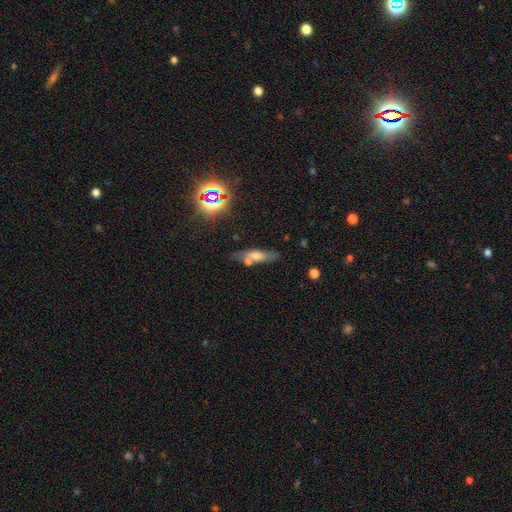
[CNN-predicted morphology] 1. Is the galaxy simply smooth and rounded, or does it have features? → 55% smooth, 31% featured or disk, 14% star or artifact.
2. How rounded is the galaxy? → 54% cigar-shaped, 42% in between, 4% round.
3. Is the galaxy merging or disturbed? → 61% none, 18% merger, 16% minor disturbance, 5% major disturbance.